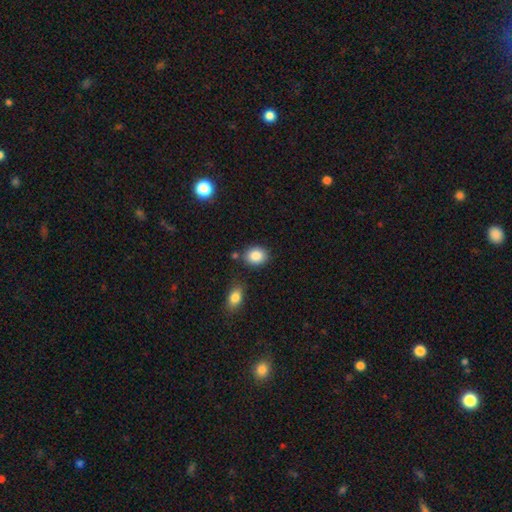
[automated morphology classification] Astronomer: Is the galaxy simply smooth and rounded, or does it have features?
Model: smooth — 87%.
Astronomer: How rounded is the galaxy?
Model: round — 59% (runner-up: in between, 40%).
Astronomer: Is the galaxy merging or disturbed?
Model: none — 80%.